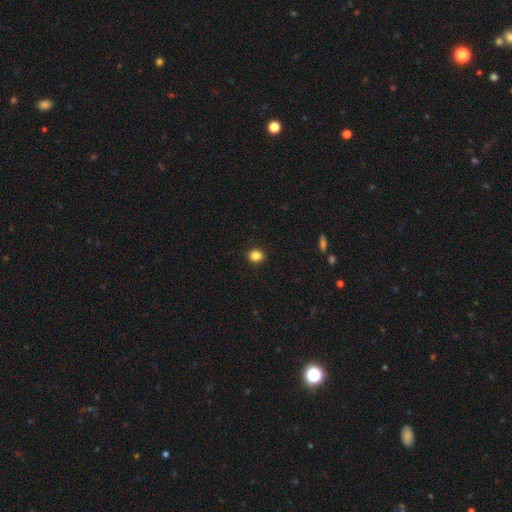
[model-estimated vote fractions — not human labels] This appears to be a smooth galaxy with no disk features (86%) that is round (72%). Merging: none (91%).